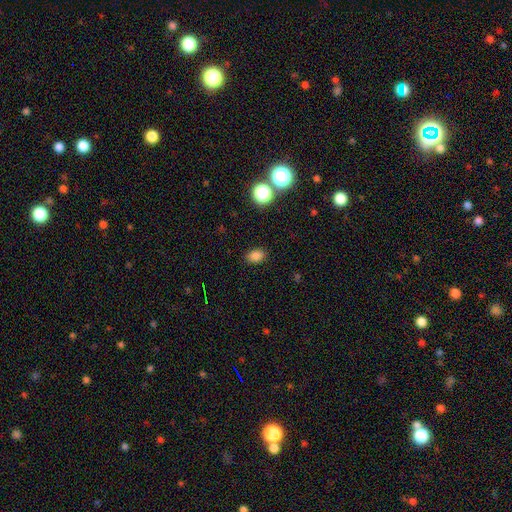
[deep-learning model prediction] Smooth or featured: smooth — 81% (star or artifact — 14%)
How rounded: in between — 76% (round — 23%)
Merging: none — 88% (minor disturbance — 8%)